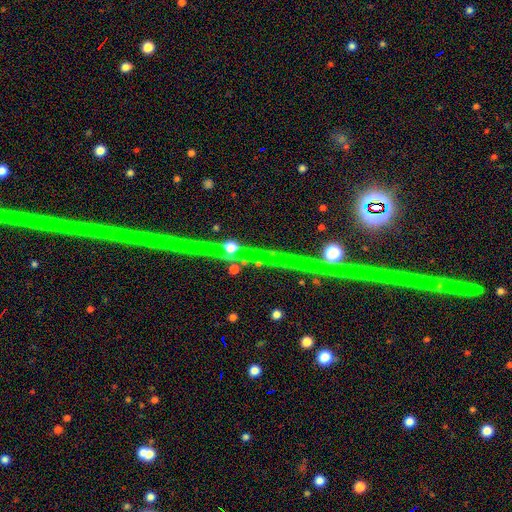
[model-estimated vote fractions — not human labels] featured or disk 63%, star or artifact 27%, smooth 10%. Down the decision tree: edge-on disk — yes (86%); edge-on bulge — rounded (92%); merging — none (82%).